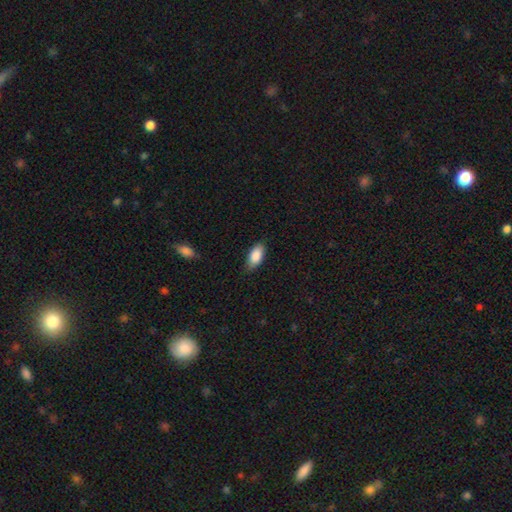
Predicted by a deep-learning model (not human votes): This is clearly a smooth galaxy (87%). How rounded: clearly in between (89%). Merging: clearly none (81%).